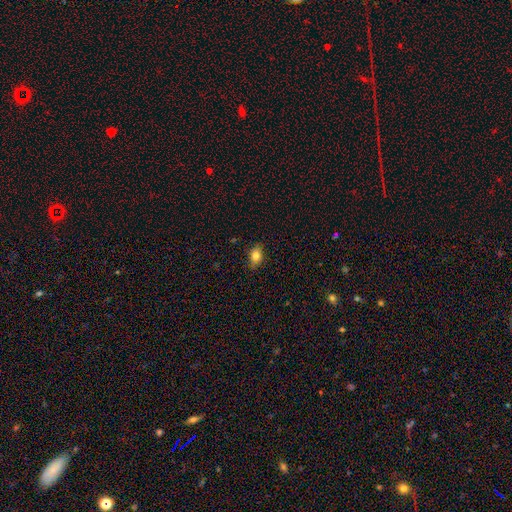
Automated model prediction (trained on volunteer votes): smooth_or_featured: smooth (p=0.82) [alt: featured or disk p=0.10]
how_rounded: in between (p=0.79) [alt: round p=0.19]
merging: none (p=0.85) [alt: minor disturbance p=0.12]